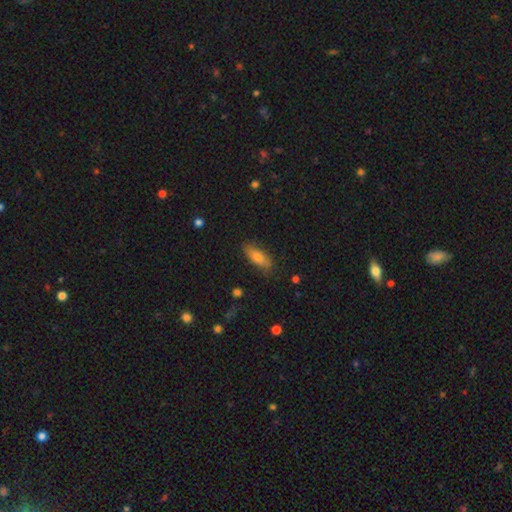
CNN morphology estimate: type=smooth (69%); roundness=in between (66%); merging=none (84%).